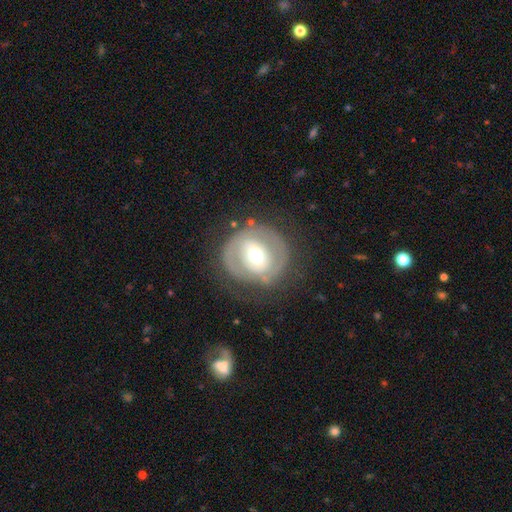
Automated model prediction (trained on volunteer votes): Smooth or featured? Predicted: featured or disk (p=0.63). Edge-on disk? Predicted: no (p=0.96). Bar? Predicted: no (p=0.53). Spiral arms? Predicted: no (p=0.59). Bulge size? Predicted: moderate (p=0.70). Merging? Predicted: none (p=0.71).